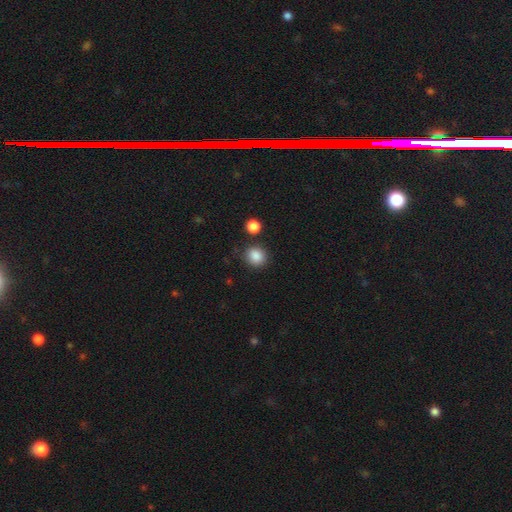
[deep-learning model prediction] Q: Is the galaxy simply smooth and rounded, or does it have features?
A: smooth — 87%.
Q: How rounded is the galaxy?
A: round — 80%.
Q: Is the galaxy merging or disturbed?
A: none — 82%.